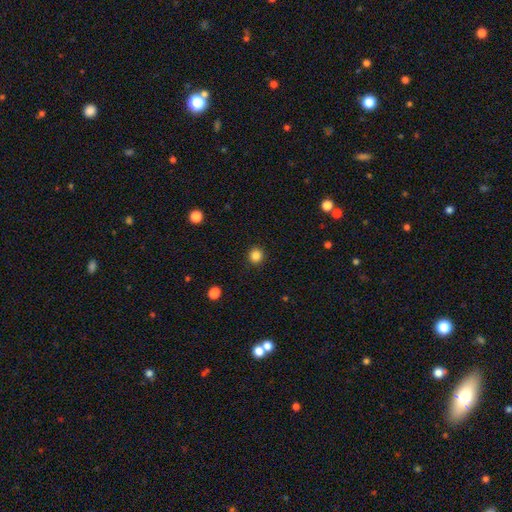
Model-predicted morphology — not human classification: Smooth or featured? smooth (85%)
How rounded? round (91%)
Merging? none (92%)